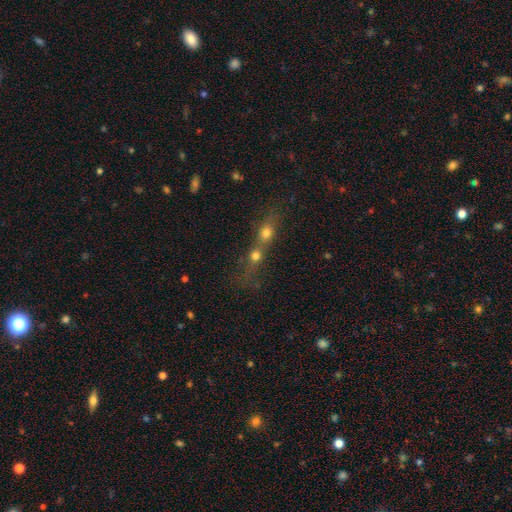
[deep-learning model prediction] Smooth or featured? Predicted: smooth (p=0.58). How rounded? Predicted: round (p=0.54). Merging? Predicted: merger (p=0.69).